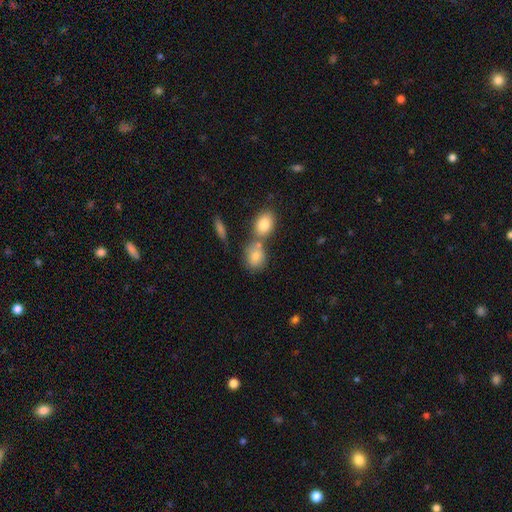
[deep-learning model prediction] Overall: smooth (81%). How rounded: in between (53%; round 45%). Merging: none (46%; merger 38%).